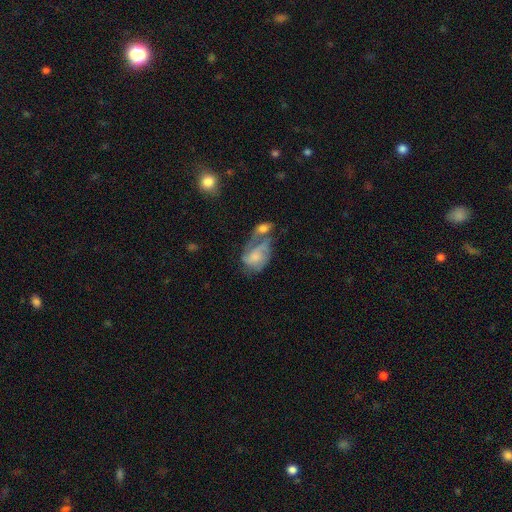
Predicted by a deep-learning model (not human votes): Smooth or featured: featured or disk — 58% (smooth — 34%)
Edge-on disk: no — 97% (yes — 3%)
Bar: no — 72% (weak — 24%)
Spiral arms: yes — 78% (no — 22%)
Bulge size: small — 37% (moderate — 30%)
Merging: merger — 42% (major disturbance — 22%)